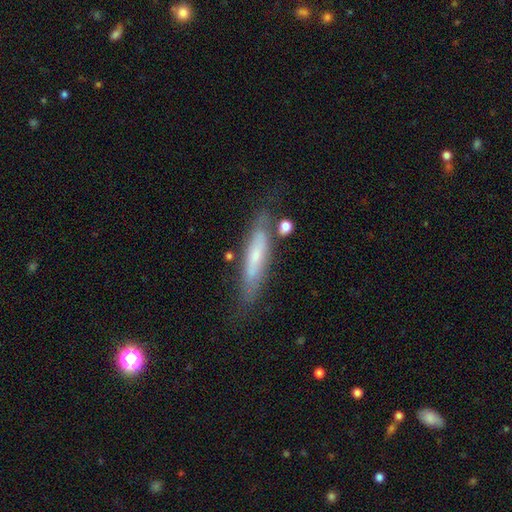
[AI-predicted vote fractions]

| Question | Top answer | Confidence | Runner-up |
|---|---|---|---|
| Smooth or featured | featured or disk | 48% | smooth (45%) |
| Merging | none | 65% | minor disturbance (21%) |